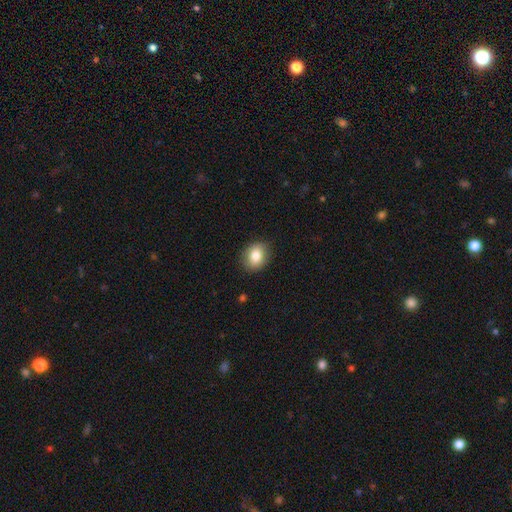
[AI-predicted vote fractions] A smooth galaxy with no disk features (82%) that is round (55%).

Vote fractions:
- Smooth or featured? smooth: 82% / featured or disk: 9% / star or artifact: 9%
- How rounded? round: 55% / in between: 44% / cigar-shaped: 1%
- Merging? none: 87% / minor disturbance: 9% / major disturbance: 2% / merger: 1%